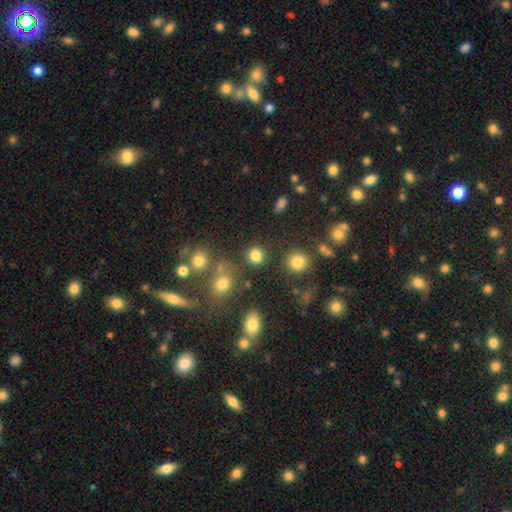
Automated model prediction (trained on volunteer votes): smooth 80%, star or artifact 14%, featured or disk 6%. Down the decision tree: how rounded — round (78%); merging — none (79%).